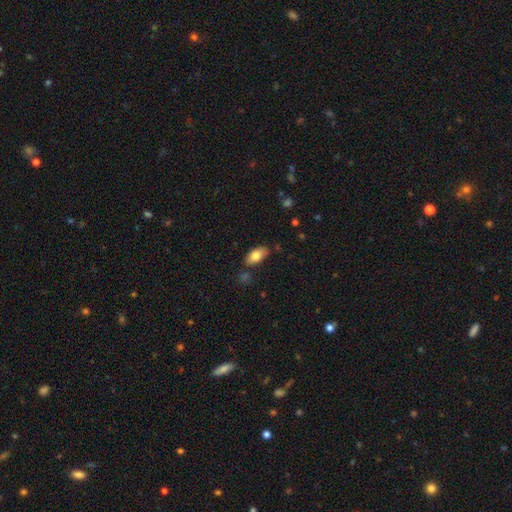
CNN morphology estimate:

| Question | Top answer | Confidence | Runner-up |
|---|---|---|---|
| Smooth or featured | smooth | 77% | featured or disk (16%) |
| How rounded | in between | 90% | cigar-shaped (6%) |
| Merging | none | 76% | minor disturbance (17%) |